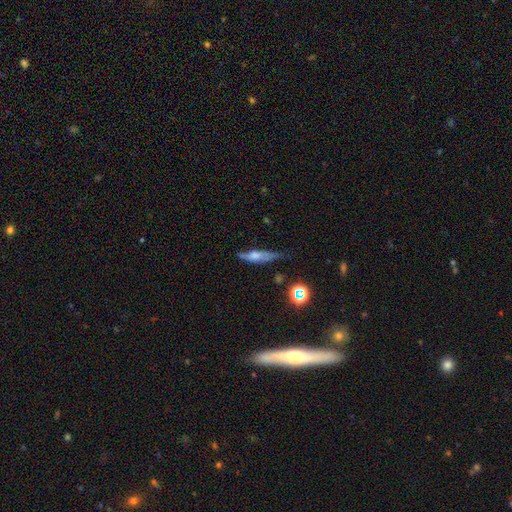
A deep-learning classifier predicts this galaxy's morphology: This is possibly a smooth galaxy (53%). How rounded: likely cigar-shaped (69%). Merging: possibly none (49%).